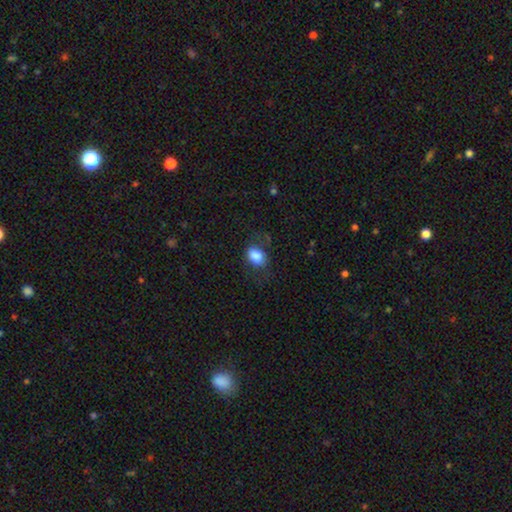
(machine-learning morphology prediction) A smooth galaxy with no disk features (85%) that is in between round and cigar-shaped (73%). Merging: none (65%).